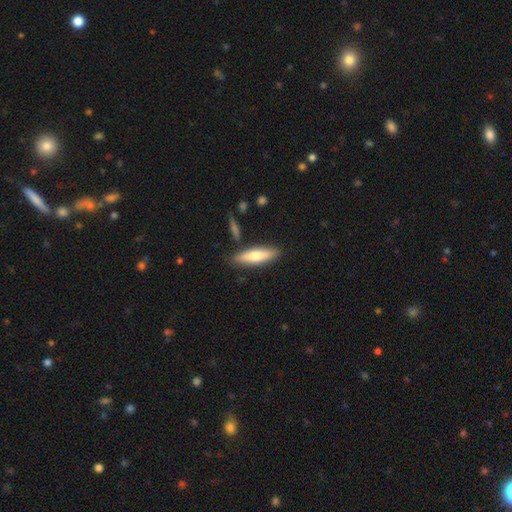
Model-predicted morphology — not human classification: Smooth or featured?
  - smooth: 69% *
  - featured or disk: 25%
  - star or artifact: 6%
How rounded?
  - cigar-shaped: 59% *
  - in between: 39%
  - round: 2%
Merging?
  - none: 84% *
  - minor disturbance: 11%
  - merger: 4%
  - major disturbance: 2%